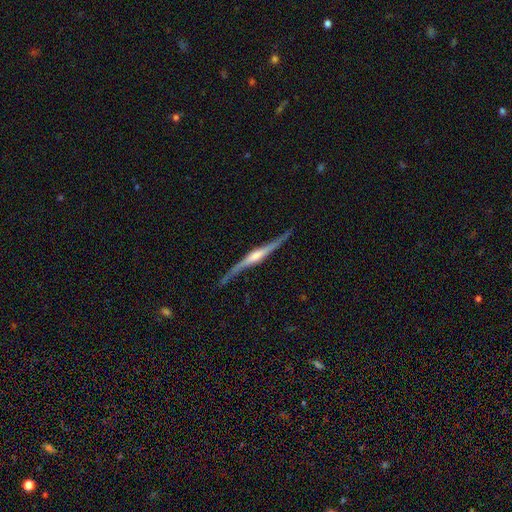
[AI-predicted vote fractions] Smooth or featured?
  - featured or disk: 86% *
  - smooth: 9%
  - star or artifact: 5%
Edge-on disk?
  - yes: 94% *
  - no: 6%
Edge-on bulge?
  - rounded: 73% *
  - boxy: 17%
  - none: 10%
Merging?
  - none: 78% *
  - minor disturbance: 16%
  - major disturbance: 4%
  - merger: 2%